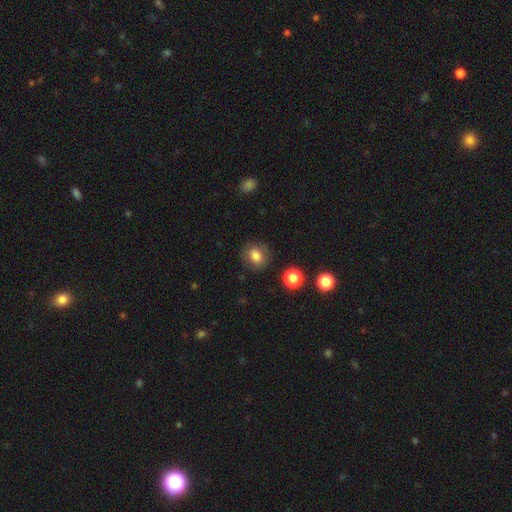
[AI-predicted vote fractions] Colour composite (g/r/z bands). It shows a smooth galaxy with no disk features (79%) that is round (69%). Merging: none (83%).